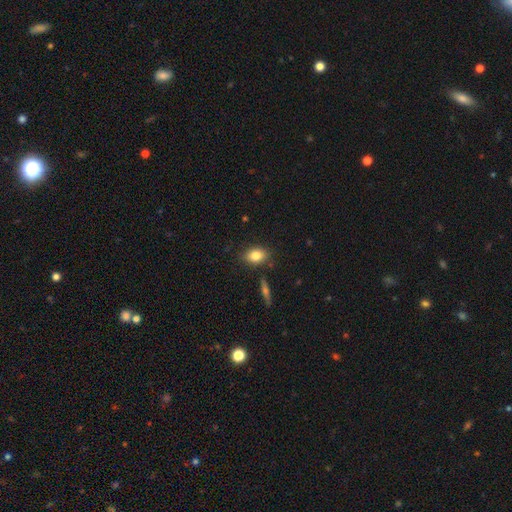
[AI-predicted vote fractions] Smooth or featured: smooth — 80% (featured or disk — 11%)
How rounded: in between — 79% (round — 19%)
Merging: none — 81% (minor disturbance — 12%)